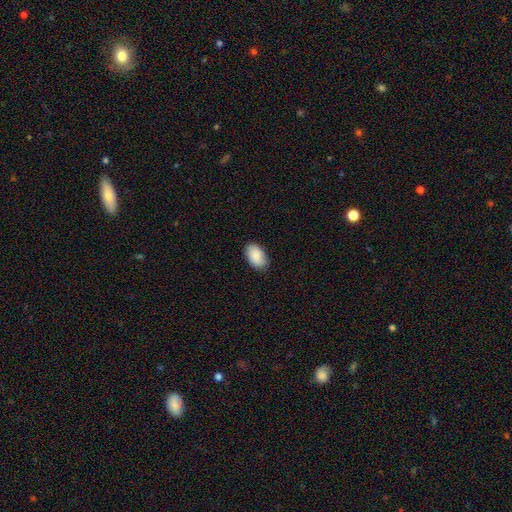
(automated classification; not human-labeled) smooth 87%, featured or disk 7%, star or artifact 6%. Down the decision tree: how rounded — in between (93%); merging — none (85%).